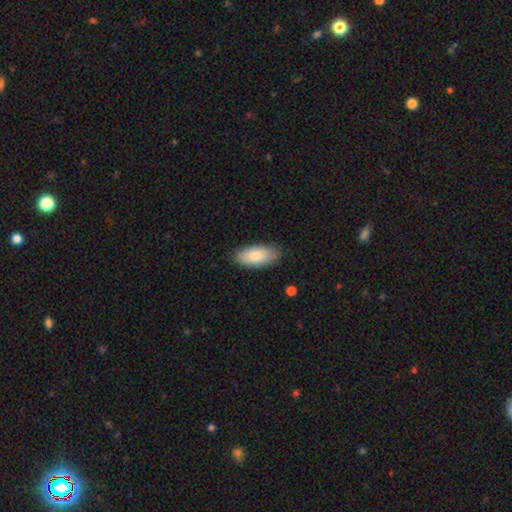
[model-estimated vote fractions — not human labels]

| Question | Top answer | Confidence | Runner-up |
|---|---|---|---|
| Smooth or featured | smooth | 85% | featured or disk (10%) |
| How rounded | in between | 89% | cigar-shaped (9%) |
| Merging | none | 86% | minor disturbance (11%) |